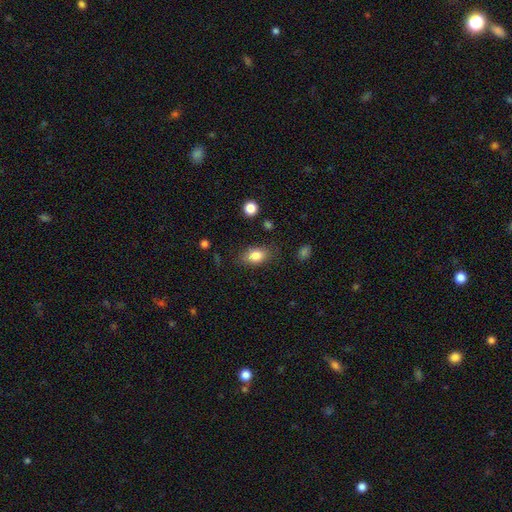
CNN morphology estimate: Smooth or featured?
  - smooth: 83% *
  - featured or disk: 9%
  - star or artifact: 8%
How rounded?
  - in between: 84% *
  - round: 14%
  - cigar-shaped: 3%
Merging?
  - none: 79% *
  - minor disturbance: 15%
  - major disturbance: 4%
  - merger: 2%